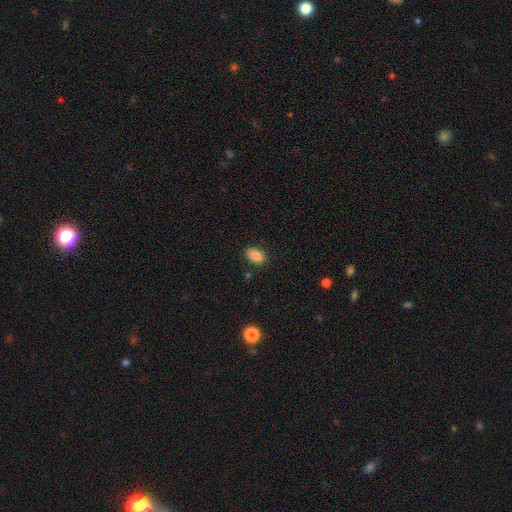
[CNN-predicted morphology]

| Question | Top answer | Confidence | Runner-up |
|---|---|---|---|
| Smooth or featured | smooth | 86% | star or artifact (9%) |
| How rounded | in between | 87% | round (12%) |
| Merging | none | 83% | minor disturbance (13%) |